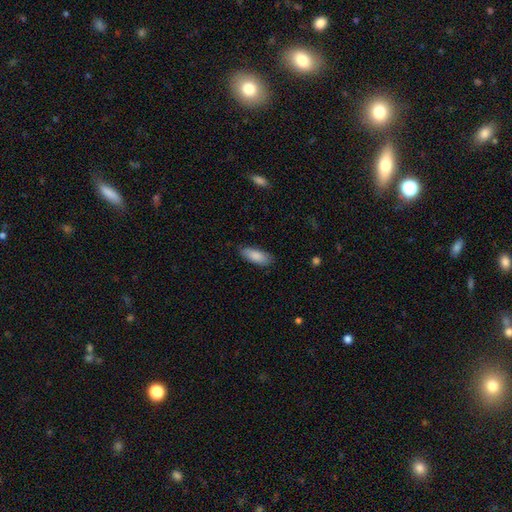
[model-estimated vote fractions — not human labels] Morphology: type=smooth (86%); roundness=in between (73%); merging=none (82%).